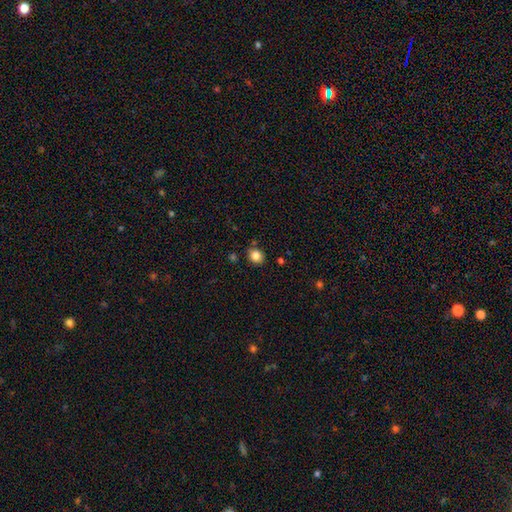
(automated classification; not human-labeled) The model was most divided on "how rounded": round: 64%, in between: 35%, cigar-shaped: 1%. More confident: merging — none (83%); smooth or featured — smooth (83%).